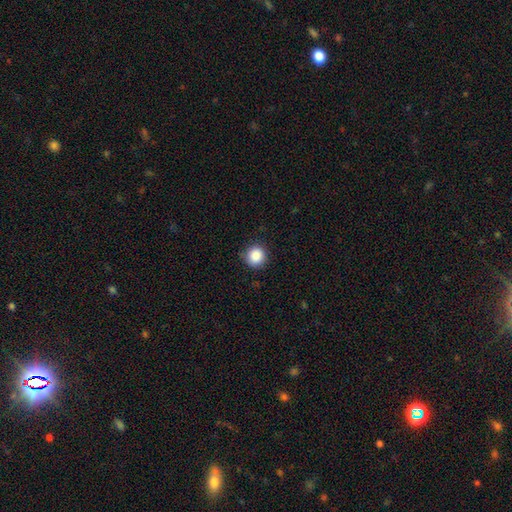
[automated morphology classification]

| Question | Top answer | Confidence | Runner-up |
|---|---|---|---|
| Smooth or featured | smooth | 87% | star or artifact (10%) |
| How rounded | round | 94% | in between (5%) |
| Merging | none | 85% | minor disturbance (12%) |